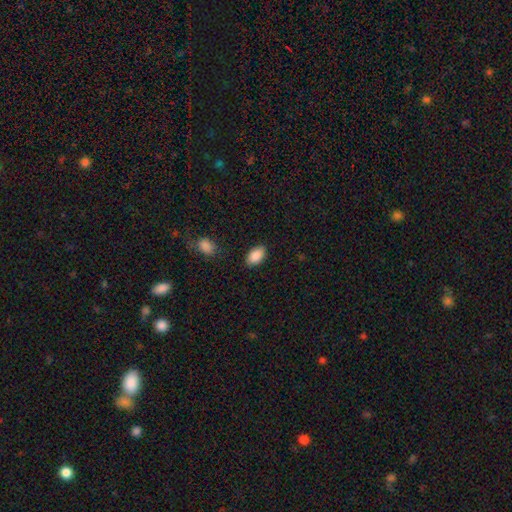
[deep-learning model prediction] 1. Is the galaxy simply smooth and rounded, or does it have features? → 89% smooth, 7% star or artifact, 4% featured or disk.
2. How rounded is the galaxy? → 93% in between, 6% round, 2% cigar-shaped.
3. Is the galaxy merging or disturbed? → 85% none, 11% minor disturbance, 3% major disturbance, 2% merger.